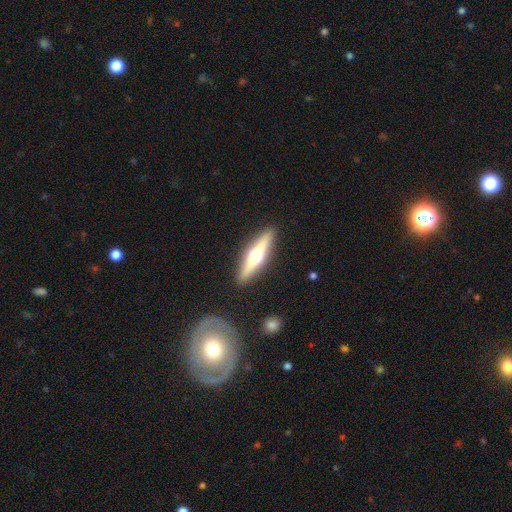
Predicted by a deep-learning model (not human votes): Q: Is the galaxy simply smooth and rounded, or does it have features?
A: featured or disk — 61%.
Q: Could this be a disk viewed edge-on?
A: yes — 94%.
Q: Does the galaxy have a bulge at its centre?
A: rounded — 95%.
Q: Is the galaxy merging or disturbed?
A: none — 90%.